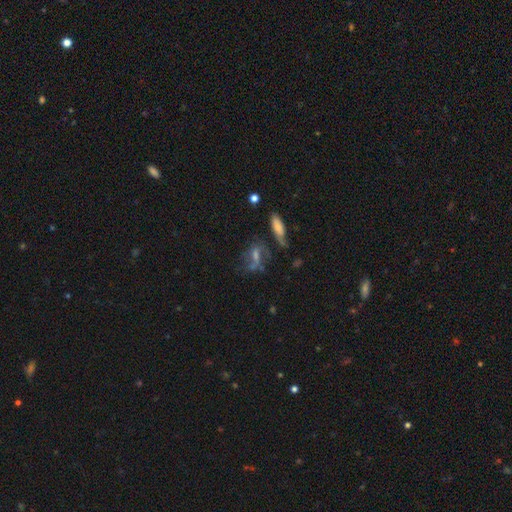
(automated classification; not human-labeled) Q: Smooth or featured?
A: featured or disk (48%); runner-up: smooth (31%)
Q: Merging?
A: none (45%); runner-up: major disturbance (23%)